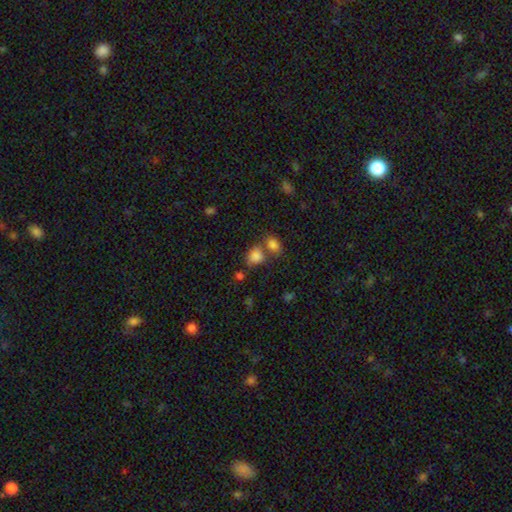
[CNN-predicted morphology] The model was most divided on "merging": none: 41%, merger: 39%, minor disturbance: 13%, major disturbance: 7%. More confident: smooth or featured — smooth (81%); how rounded — in between (60%).